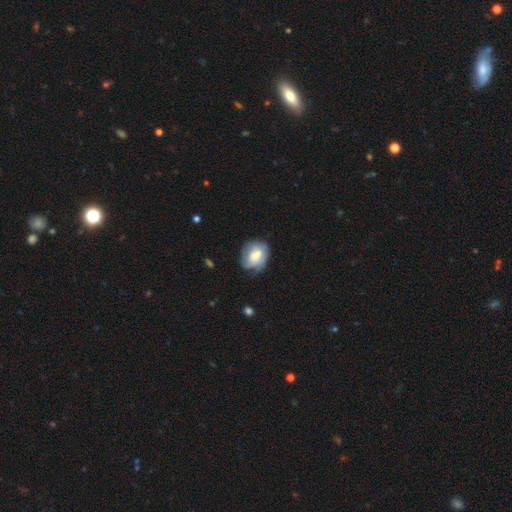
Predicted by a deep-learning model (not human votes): The model was most divided on "how rounded": round: 51%, in between: 48%, cigar-shaped: 1%. More confident: smooth or featured — smooth (53%); merging — none (52%).